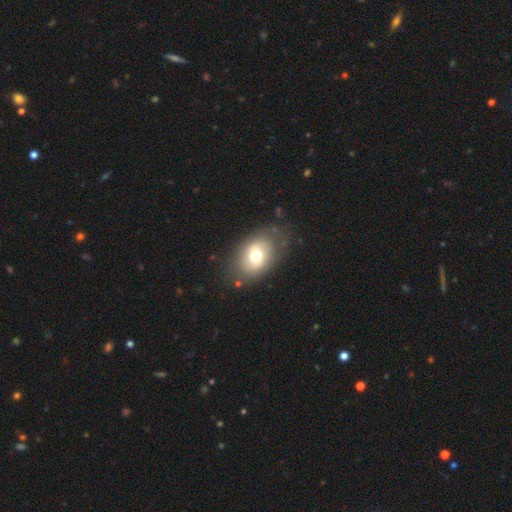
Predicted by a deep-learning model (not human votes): smooth-or-featured: smooth: 59% | featured or disk: 33% | star or artifact: 8%
  how-rounded: in between: 80% | round: 19% | cigar-shaped: 1%
  merging: none: 72% | minor disturbance: 18% | major disturbance: 8% | merger: 2%